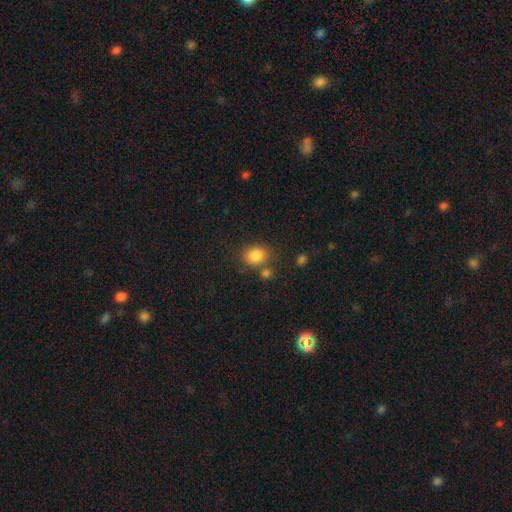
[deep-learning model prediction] The model was most divided on "how rounded": round: 51%, in between: 48%, cigar-shaped: 1%. More confident: smooth or featured — smooth (84%); merging — none (69%).